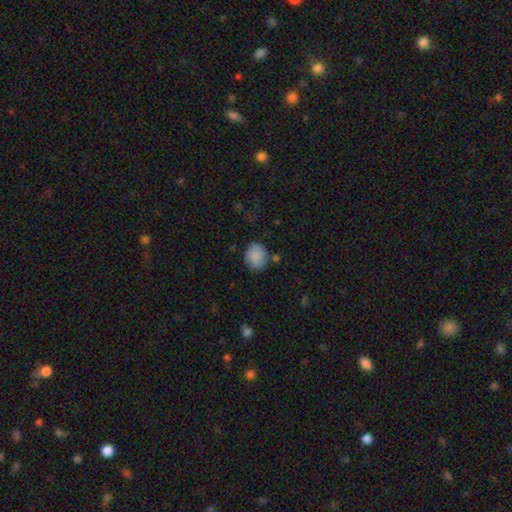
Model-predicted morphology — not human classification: A smooth galaxy with no disk features (86%) that is round (62%).

Vote fractions:
- Smooth or featured? smooth: 86% / star or artifact: 8% / featured or disk: 6%
- How rounded? round: 62% / in between: 37% / cigar-shaped: 1%
- Merging? none: 74% / minor disturbance: 17% / major disturbance: 5% / merger: 4%